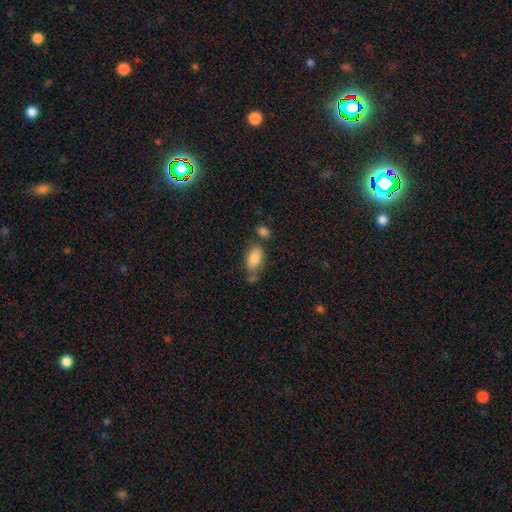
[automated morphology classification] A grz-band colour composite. It shows a smooth galaxy with no disk features (63%) that is in between round and cigar-shaped (87%). Merging: none (61%).